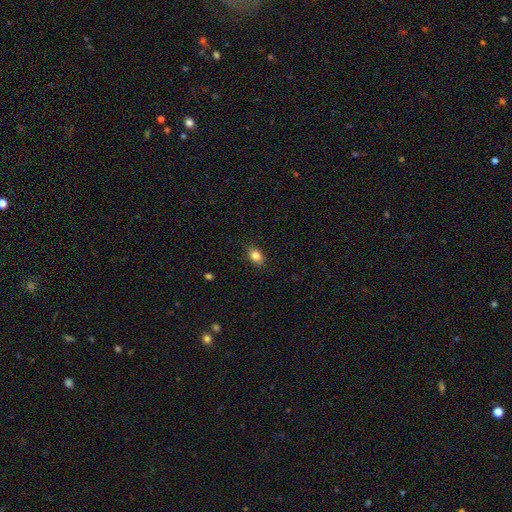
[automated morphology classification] This is clearly a smooth galaxy (84%). How rounded: likely in between (73%). Merging: clearly none (88%).